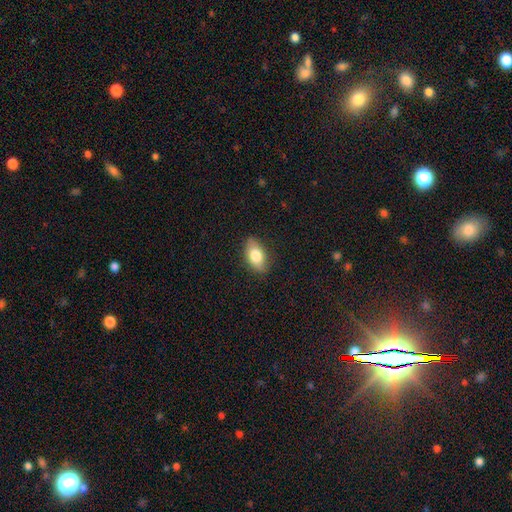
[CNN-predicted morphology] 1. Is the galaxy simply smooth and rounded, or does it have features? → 79% smooth, 14% featured or disk, 7% star or artifact.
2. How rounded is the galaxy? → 90% in between, 6% round, 4% cigar-shaped.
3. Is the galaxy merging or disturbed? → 85% none, 12% minor disturbance, 2% major disturbance, 1% merger.